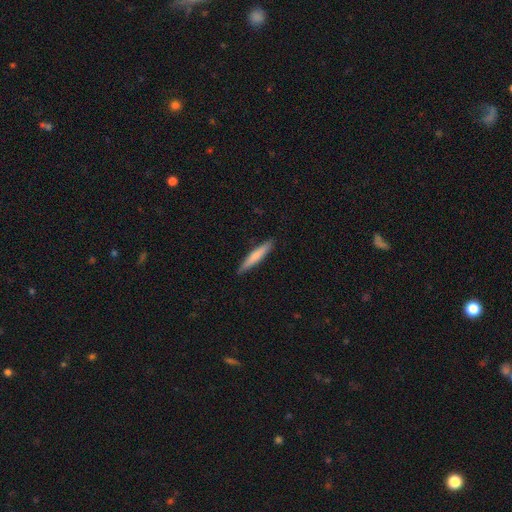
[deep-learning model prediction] This appears to be a smooth galaxy with no disk features (72%) that is cigar-shaped (93%). Merging: none (90%).